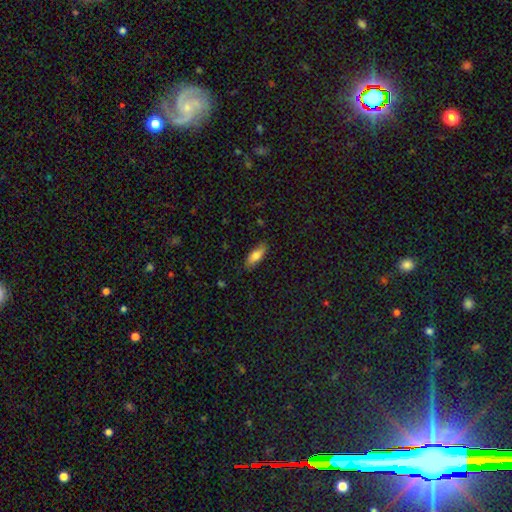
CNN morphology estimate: A smooth galaxy with no disk features (78%) that is in between round and cigar-shaped (76%).

Vote fractions:
- Smooth or featured? smooth: 78% / featured or disk: 15% / star or artifact: 7%
- How rounded? in between: 76% / cigar-shaped: 22% / round: 2%
- Merging? none: 81% / minor disturbance: 15% / major disturbance: 3% / merger: 1%